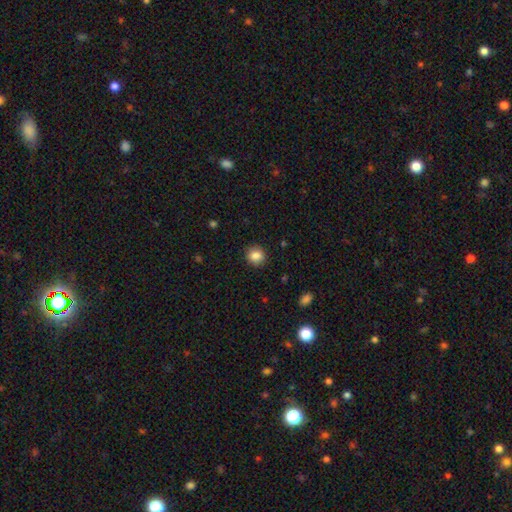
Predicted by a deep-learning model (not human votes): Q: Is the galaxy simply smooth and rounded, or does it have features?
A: smooth — 85%.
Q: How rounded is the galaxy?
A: round — 82%.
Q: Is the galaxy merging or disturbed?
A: none — 90%.